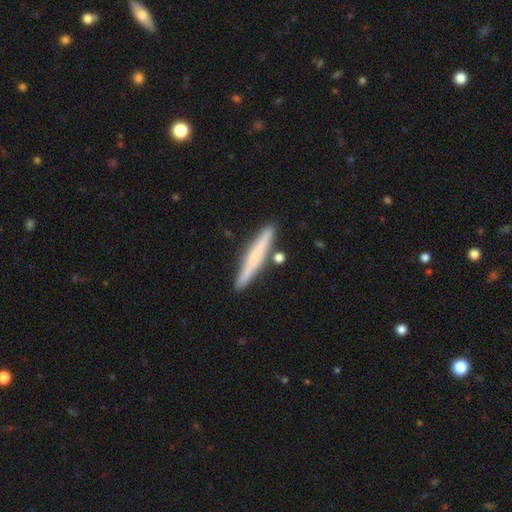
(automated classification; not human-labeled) Smooth or featured? Predicted: smooth (p=0.52). How rounded? Predicted: cigar-shaped (p=0.95). Merging? Predicted: none (p=0.85).